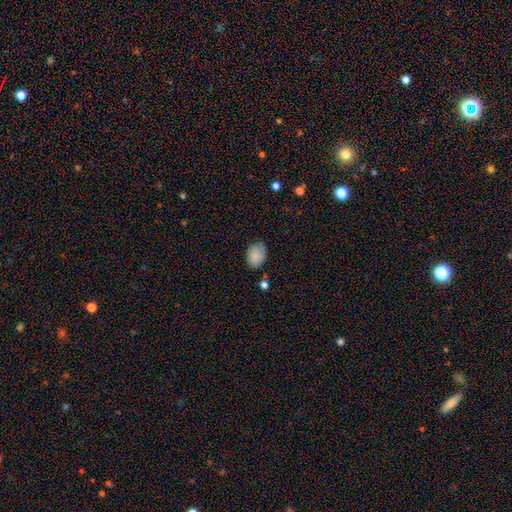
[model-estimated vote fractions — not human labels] smooth 87%, star or artifact 7%, featured or disk 5%. Down the decision tree: how rounded — in between (78%); merging — none (73%).